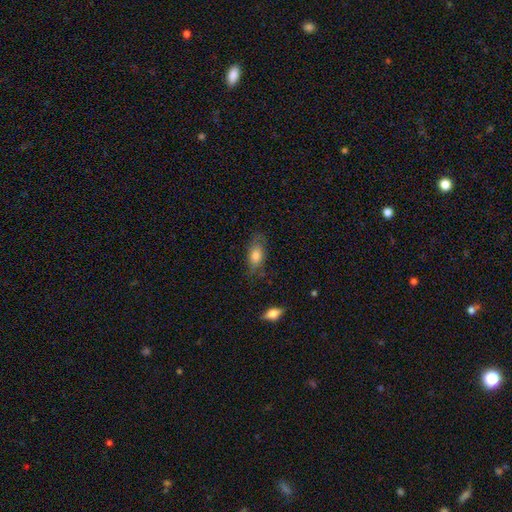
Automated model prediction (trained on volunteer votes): Smooth or featured?
  - smooth: 74% *
  - featured or disk: 18%
  - star or artifact: 8%
How rounded?
  - in between: 84% *
  - cigar-shaped: 10%
  - round: 6%
Merging?
  - none: 65% *
  - minor disturbance: 25%
  - major disturbance: 8%
  - merger: 2%